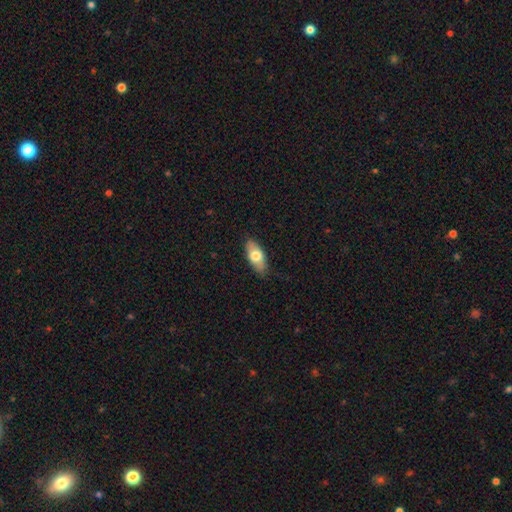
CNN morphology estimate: A smooth galaxy with no disk features (70%) that is in between round and cigar-shaped (86%). Merging: none (84%).